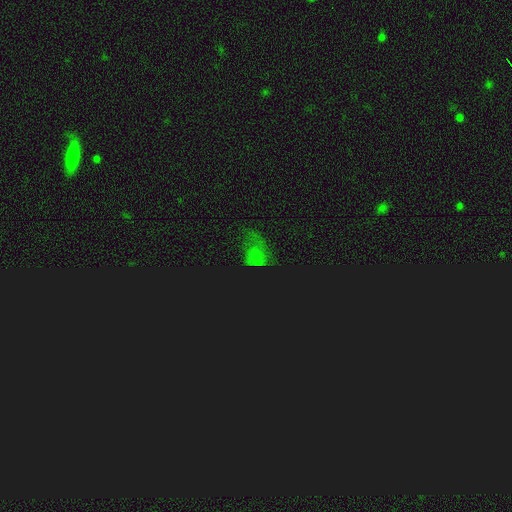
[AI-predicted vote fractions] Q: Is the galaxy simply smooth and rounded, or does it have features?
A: star or artifact — 53%.